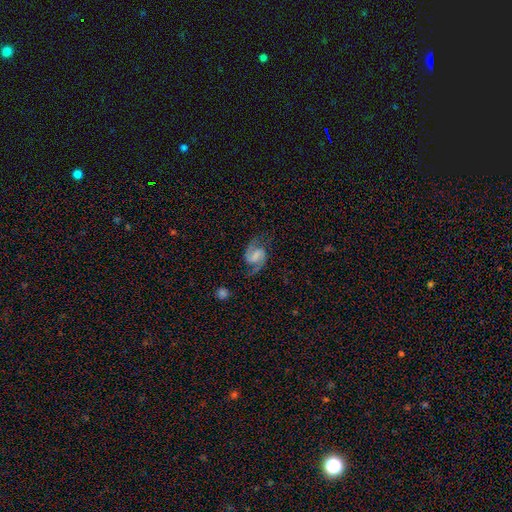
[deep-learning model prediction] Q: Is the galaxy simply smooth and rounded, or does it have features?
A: featured or disk — 84%.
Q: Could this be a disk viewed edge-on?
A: no — 98%.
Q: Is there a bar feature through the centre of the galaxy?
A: weak — 50%.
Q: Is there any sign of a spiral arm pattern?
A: yes — 97%.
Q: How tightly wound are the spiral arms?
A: medium — 54%.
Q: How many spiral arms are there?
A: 2 — 93%.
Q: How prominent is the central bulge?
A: none — 42%.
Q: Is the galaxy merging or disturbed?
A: none — 75%.